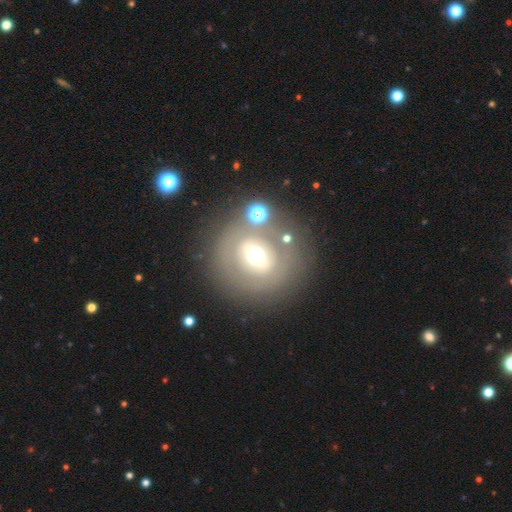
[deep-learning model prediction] Smooth or featured: featured or disk — 43% (smooth — 42%)
Merging: none — 73% (minor disturbance — 11%)